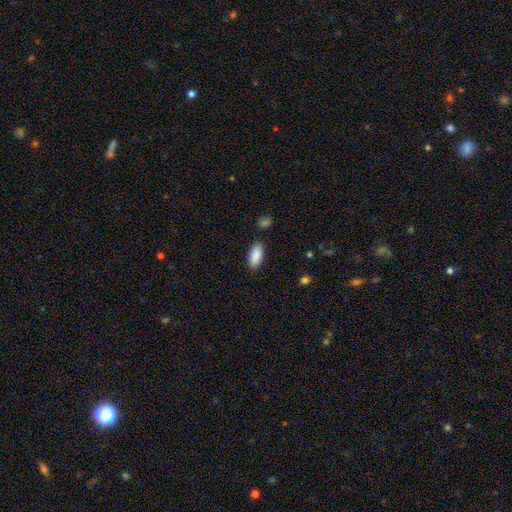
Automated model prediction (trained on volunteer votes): Overall: smooth (90%). How rounded: in between (88%). Merging: none (86%).